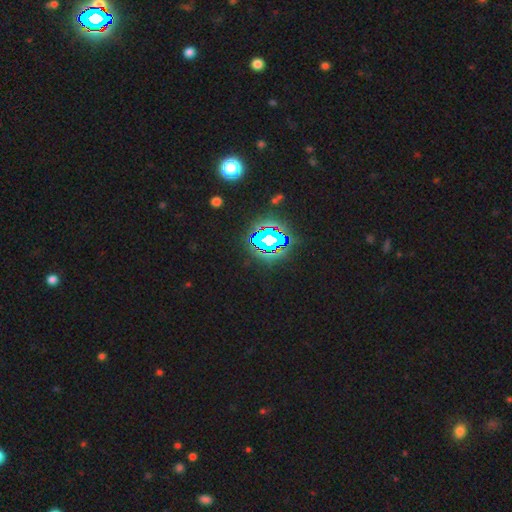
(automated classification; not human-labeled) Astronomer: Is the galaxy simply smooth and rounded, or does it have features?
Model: star or artifact — 84%.